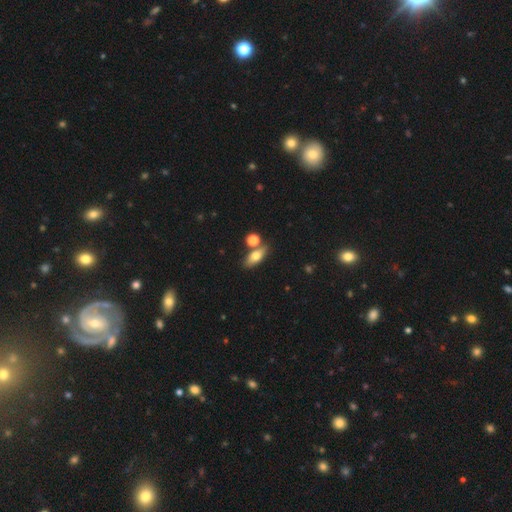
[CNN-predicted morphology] smooth 69%, featured or disk 22%, star or artifact 9%. Down the decision tree: how rounded — in between (72%); merging — none (68%).